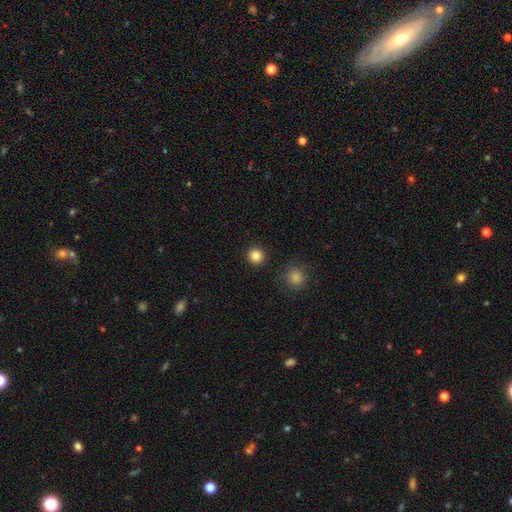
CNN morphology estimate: Smooth or featured?
  - smooth: 85% *
  - star or artifact: 11%
  - featured or disk: 3%
How rounded?
  - round: 95% *
  - in between: 4%
  - cigar-shaped: 1%
Merging?
  - none: 92% *
  - minor disturbance: 5%
  - merger: 2%
  - major disturbance: 2%